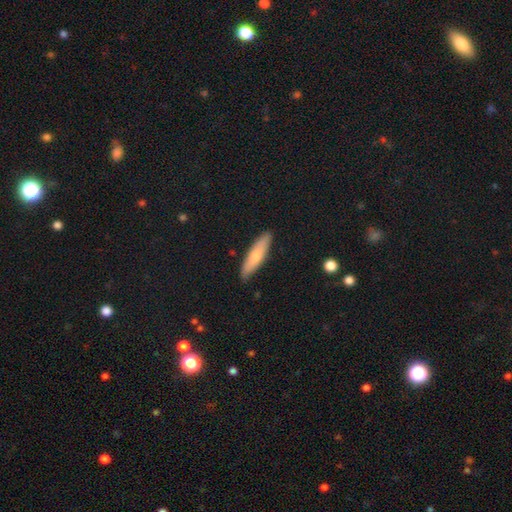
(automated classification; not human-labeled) Smooth or featured? smooth (70%)
How rounded? cigar-shaped (69%)
Merging? none (87%)